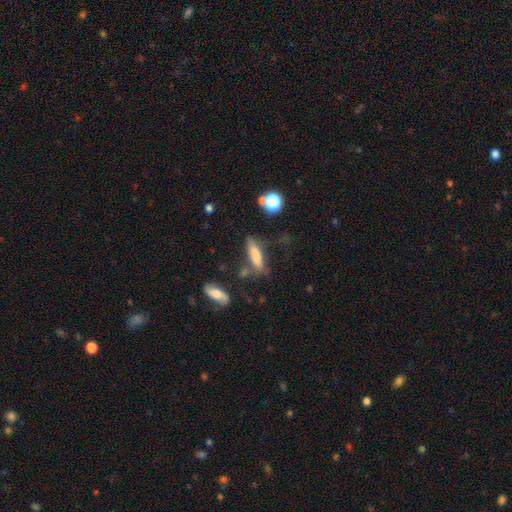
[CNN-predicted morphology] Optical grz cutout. It shows a smooth galaxy with no disk features (72%) that is cigar-shaped (65%). Merging: none (52%).